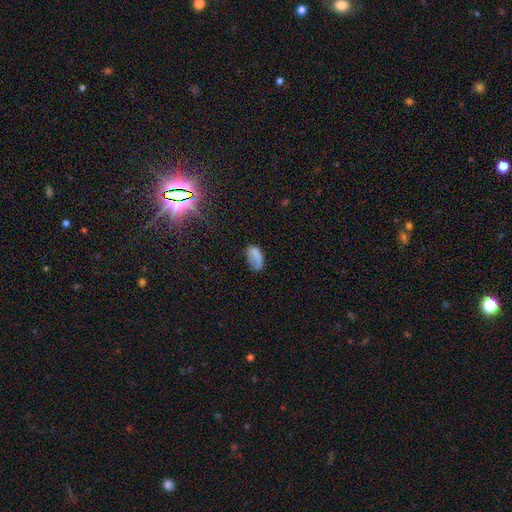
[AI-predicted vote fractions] This appears to be a smooth galaxy with no disk features (75%) that is in between round and cigar-shaped (90%). Merging: none (47%).